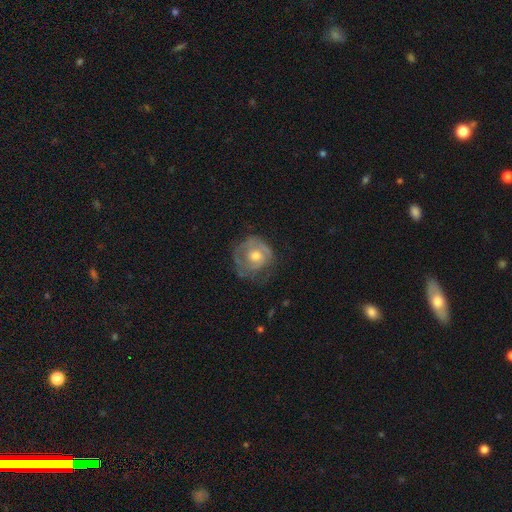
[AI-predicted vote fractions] This is likely a featured or disk galaxy (62%). It is clearly not viewed edge-on (97%). Bar: likely no (79%). Spiral arm pattern: likely yes (67%). Central bulge: likely moderate (67%). Merging: possibly none (53%).